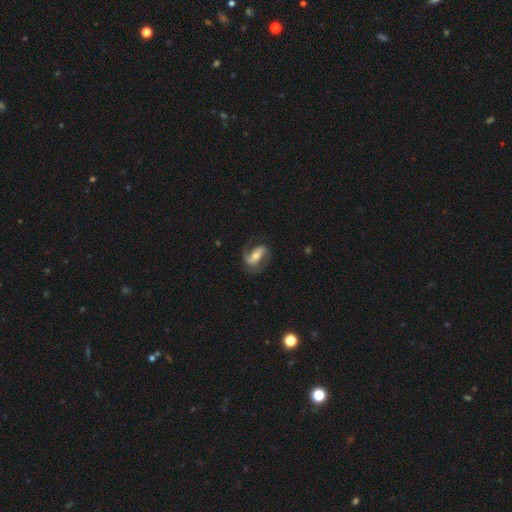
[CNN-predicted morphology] smooth_or_featured: featured or disk (p=0.75) [alt: smooth p=0.19]
disk_edge_on: no (p=0.95) [alt: yes p=0.05]
bar: strong (p=0.52) [alt: weak p=0.27]
has_spiral_arms: yes (p=0.89) [alt: no p=0.11]
spiral_winding: medium (p=0.47) [alt: loose p=0.29]
spiral_arm_count: 2 (p=0.80) [alt: 1 p=0.11]
bulge_size: moderate (p=0.56) [alt: small p=0.34]
merging: none (p=0.68) [alt: minor disturbance p=0.17]